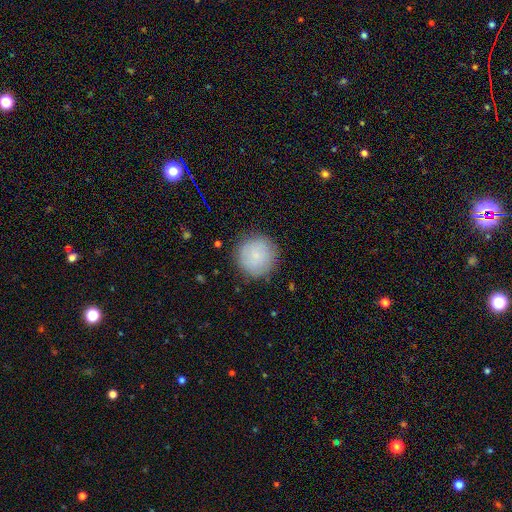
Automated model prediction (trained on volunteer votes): This is likely a smooth galaxy (79%). How rounded: clearly round (95%). Merging: clearly none (86%).